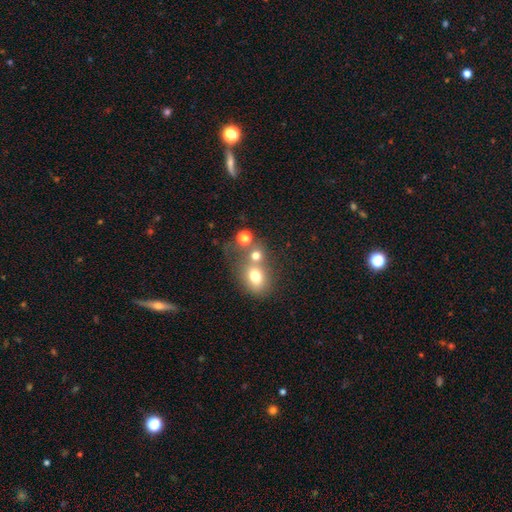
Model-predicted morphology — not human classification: This appears to be a smooth galaxy with no disk features (71%) that is round (63%). Merging: merger (45%).